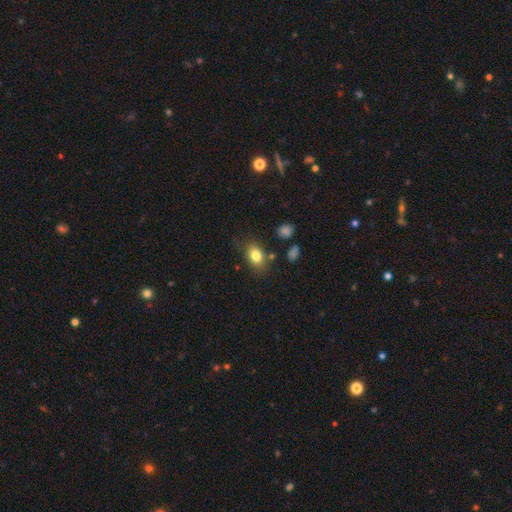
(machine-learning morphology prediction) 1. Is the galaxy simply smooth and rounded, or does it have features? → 82% smooth, 9% featured or disk, 9% star or artifact.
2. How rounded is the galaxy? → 77% in between, 21% round, 1% cigar-shaped.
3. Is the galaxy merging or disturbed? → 73% none, 17% minor disturbance, 5% major disturbance, 5% merger.